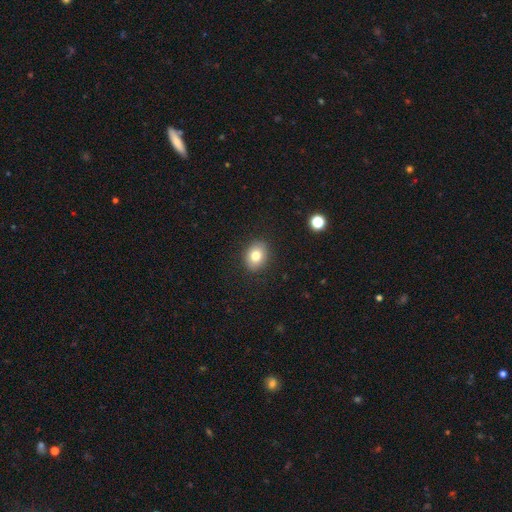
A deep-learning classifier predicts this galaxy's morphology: Overall: smooth (80%). How rounded: in between (58%; round 41%). Merging: none (88%).